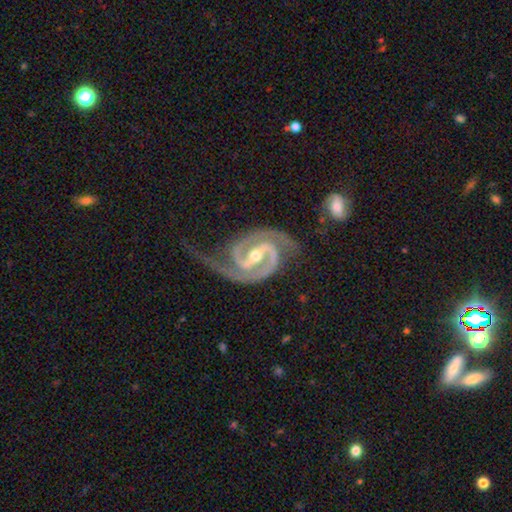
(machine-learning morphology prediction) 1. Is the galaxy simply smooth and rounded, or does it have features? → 95% featured or disk, 3% star or artifact, 2% smooth.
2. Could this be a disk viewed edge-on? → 98% no, 2% yes.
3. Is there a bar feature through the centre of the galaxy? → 58% strong, 31% weak, 11% no.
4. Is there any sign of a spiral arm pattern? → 99% yes, 1% no.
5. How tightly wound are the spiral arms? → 53% medium, 38% tight, 10% loose.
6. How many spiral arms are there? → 93% 2, 2% 3, 1% 1, 1% can't tell, 1% 4, 1% more than 4.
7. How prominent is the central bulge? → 52% moderate, 45% small, 1% large, 1% none, 1% dominant.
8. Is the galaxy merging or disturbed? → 54% none, 25% minor disturbance, 18% major disturbance, 3% merger.